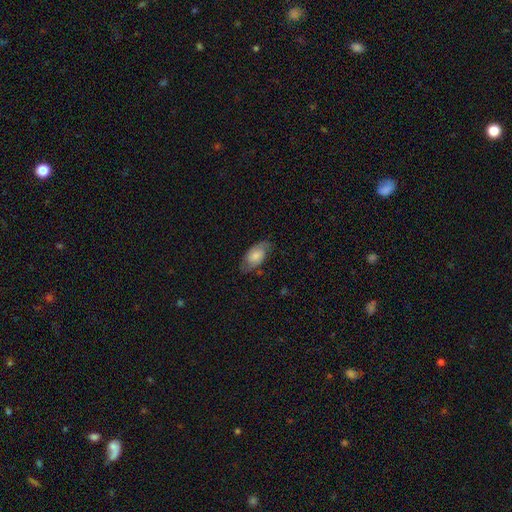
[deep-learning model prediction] This appears to be a smooth galaxy with no disk features (58%) that is in between round and cigar-shaped (92%). Merging: none (71%).